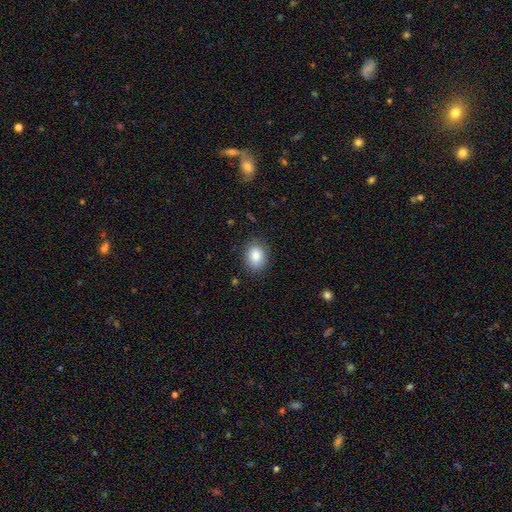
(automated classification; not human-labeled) smooth_or_featured: smooth (p=0.86) [alt: star or artifact p=0.08]
how_rounded: in between (p=0.63) [alt: round p=0.36]
merging: none (p=0.84) [alt: minor disturbance p=0.12]